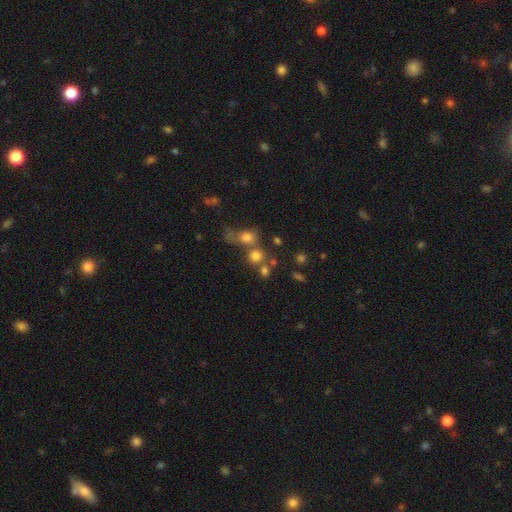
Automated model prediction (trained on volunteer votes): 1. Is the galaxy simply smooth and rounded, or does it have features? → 73% smooth, 17% star or artifact, 10% featured or disk.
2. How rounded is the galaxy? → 83% round, 15% in between, 1% cigar-shaped.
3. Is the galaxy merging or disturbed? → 47% none, 38% merger, 9% minor disturbance, 6% major disturbance.